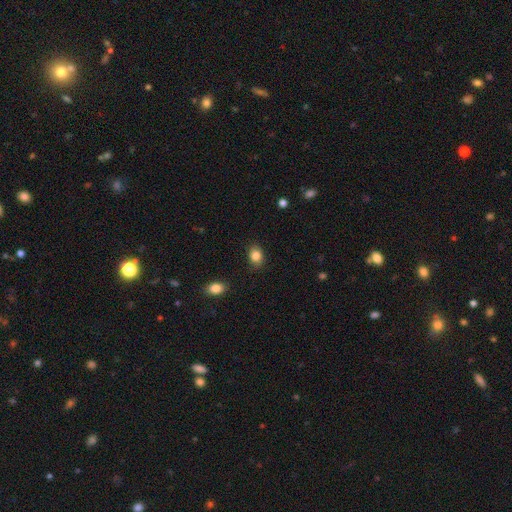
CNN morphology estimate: type=smooth (85%); roundness=in between (68%); merging=none (86%).